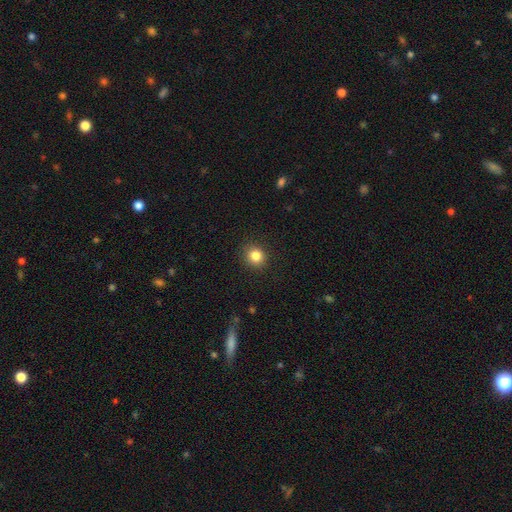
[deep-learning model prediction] smooth-or-featured: smooth: 84% | star or artifact: 11% | featured or disk: 5%
  how-rounded: round: 84% | in between: 15% | cigar-shaped: 1%
  merging: none: 90% | minor disturbance: 7% | major disturbance: 2% | merger: 1%